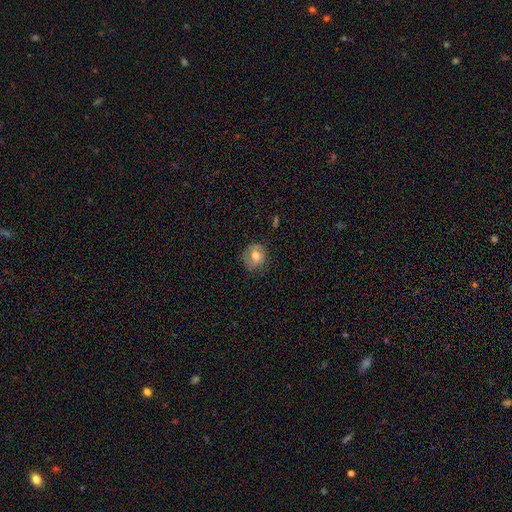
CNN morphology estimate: The model was most divided on "smooth or featured": smooth: 58%, featured or disk: 33%, star or artifact: 9%. More confident: how rounded — round (80%); merging — none (71%).